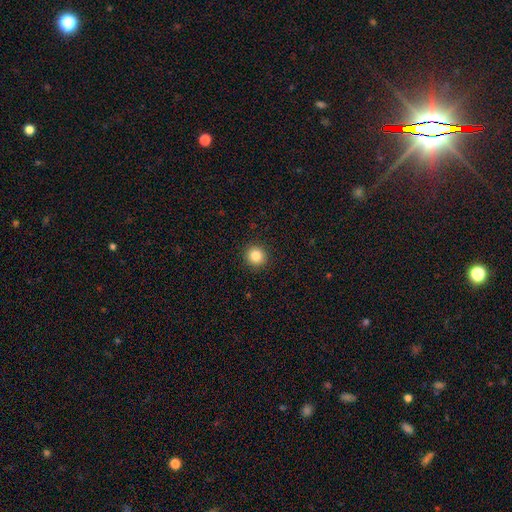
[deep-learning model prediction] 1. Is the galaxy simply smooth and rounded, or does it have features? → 85% smooth, 10% star or artifact, 5% featured or disk.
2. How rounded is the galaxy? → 94% round, 6% in between, 1% cigar-shaped.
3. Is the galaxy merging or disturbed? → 93% none, 5% minor disturbance, 2% major disturbance, 1% merger.